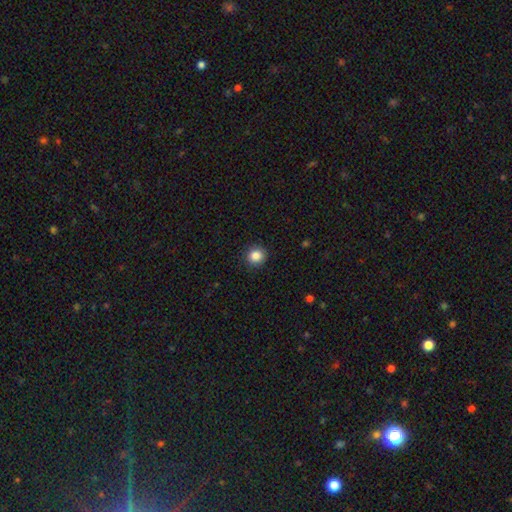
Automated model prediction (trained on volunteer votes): Morphology: type=smooth (86%); roundness=round (92%); merging=none (92%).